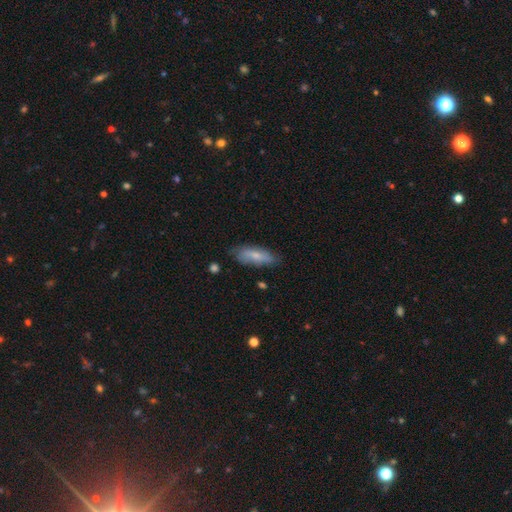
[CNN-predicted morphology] Smooth or featured?
  - smooth: 66% *
  - featured or disk: 27%
  - star or artifact: 6%
How rounded?
  - in between: 63% *
  - cigar-shaped: 35%
  - round: 2%
Merging?
  - none: 72% *
  - minor disturbance: 22%
  - major disturbance: 4%
  - merger: 2%